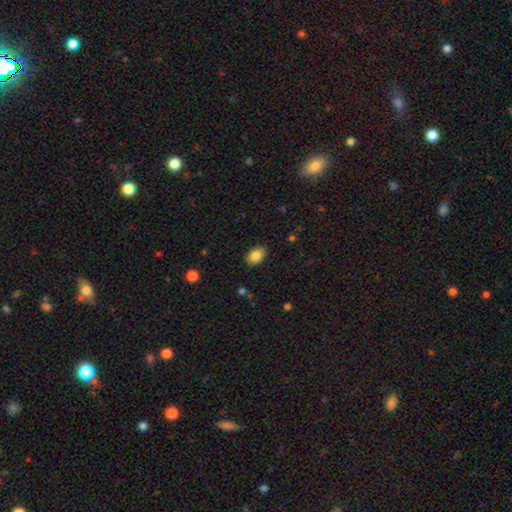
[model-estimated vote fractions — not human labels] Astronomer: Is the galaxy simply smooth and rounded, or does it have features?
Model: smooth — 86%.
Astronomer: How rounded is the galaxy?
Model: in between — 87%.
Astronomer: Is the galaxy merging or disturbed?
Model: none — 88%.